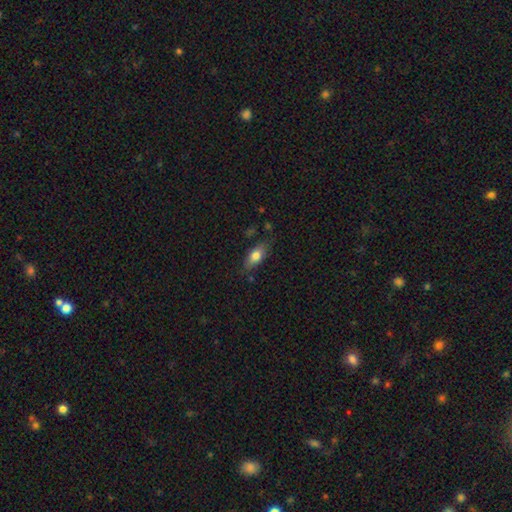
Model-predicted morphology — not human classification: A smooth galaxy with no disk features (76%) that is in between round and cigar-shaped (82%). Merging: none (74%).